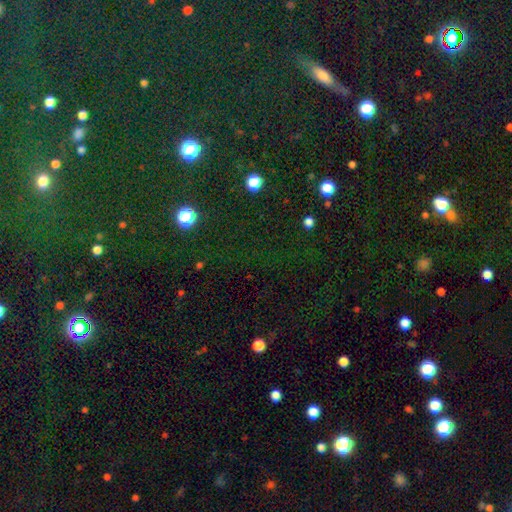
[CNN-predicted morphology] Smooth or featured: star or artifact — 71% (smooth — 20%)